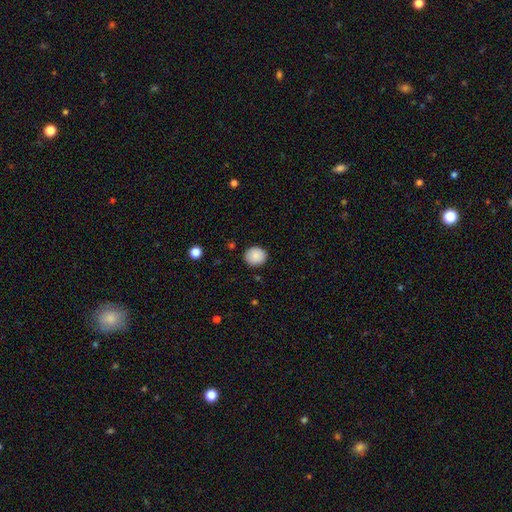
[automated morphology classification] A smooth galaxy with no disk features (89%) that is round (83%).

Vote fractions:
- Smooth or featured? smooth: 89% / star or artifact: 8% / featured or disk: 3%
- How rounded? round: 83% / in between: 17% / cigar-shaped: 1%
- Merging? none: 89% / minor disturbance: 8% / major disturbance: 2% / merger: 1%